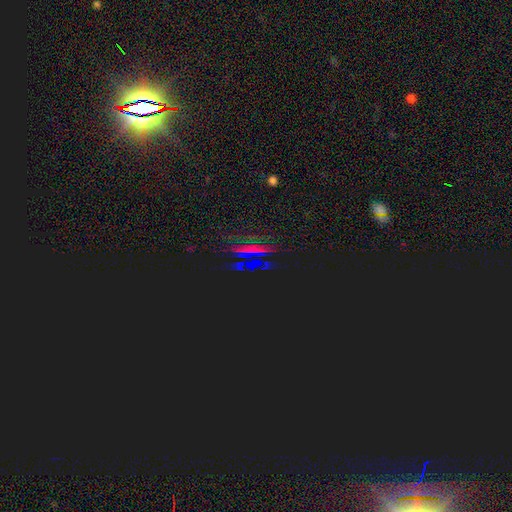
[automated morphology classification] The model was most divided on "smooth or featured": star or artifact: 80%, smooth: 12%, featured or disk: 8%.